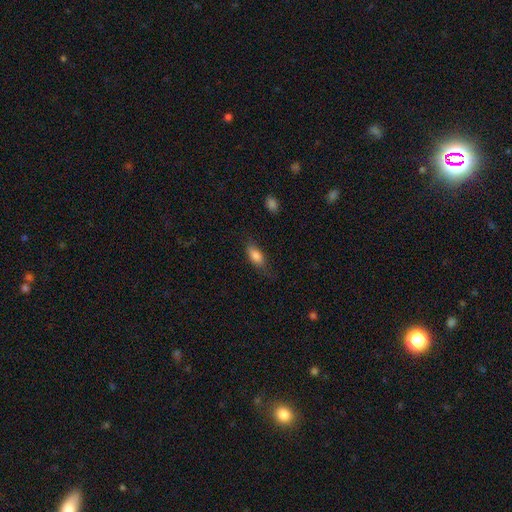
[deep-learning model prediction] Morphology: type=smooth (83%); roundness=in between (82%); merging=none (69%).